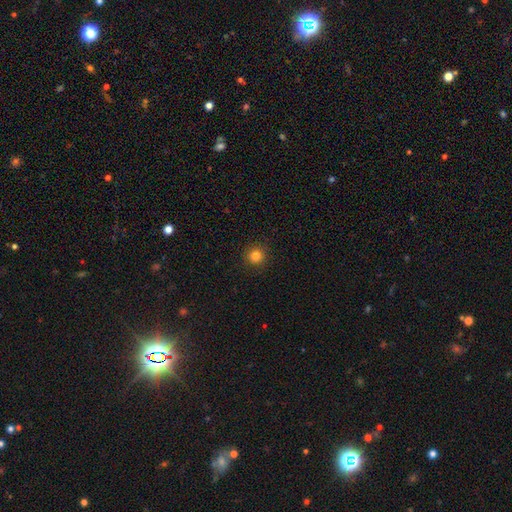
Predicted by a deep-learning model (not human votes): smooth_or_featured: smooth (p=0.83) [alt: star or artifact p=0.12]
how_rounded: round (p=0.94) [alt: in between p=0.05]
merging: none (p=0.92) [alt: minor disturbance p=0.05]